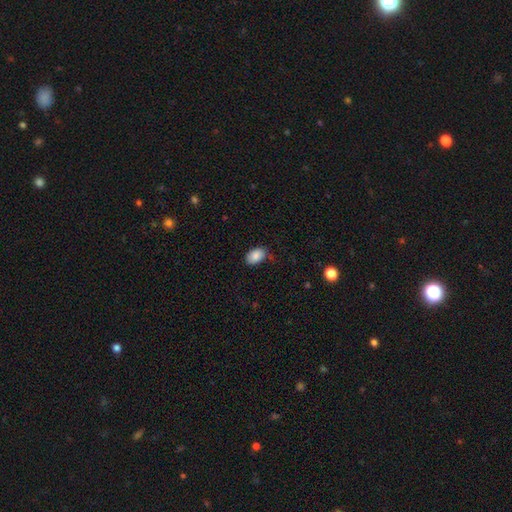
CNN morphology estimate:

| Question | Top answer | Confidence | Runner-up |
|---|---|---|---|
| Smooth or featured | smooth | 87% | star or artifact (8%) |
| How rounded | in between | 90% | round (9%) |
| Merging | none | 77% | minor disturbance (18%) |